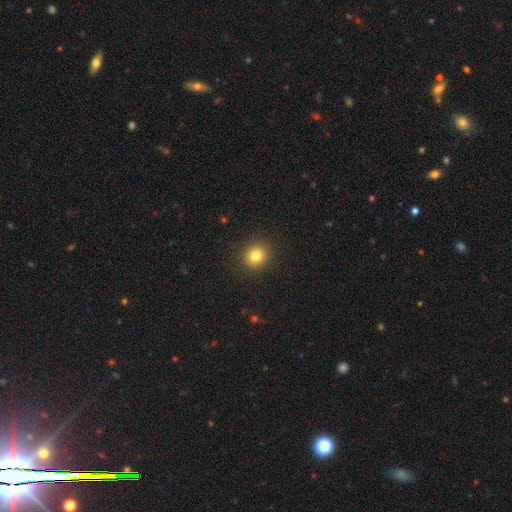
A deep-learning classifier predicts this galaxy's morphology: Q: Smooth or featured?
A: smooth (82%); runner-up: star or artifact (12%)
Q: How rounded?
A: round (84%); runner-up: in between (15%)
Q: Merging?
A: none (91%); runner-up: minor disturbance (6%)